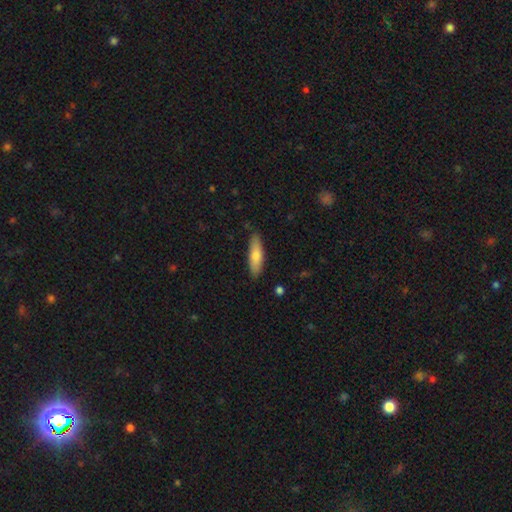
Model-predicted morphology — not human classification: Smooth or featured? smooth (72%)
How rounded? cigar-shaped (58%)
Merging? none (85%)